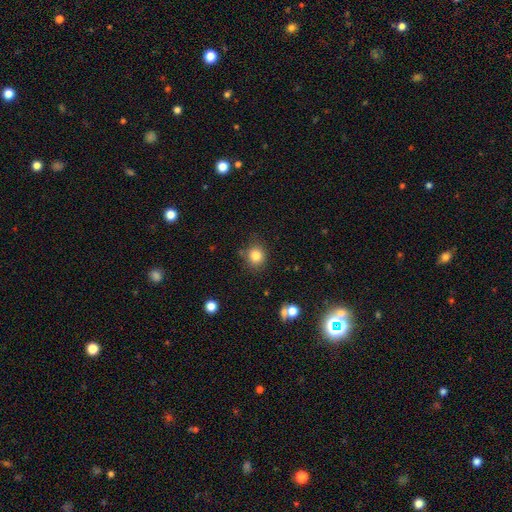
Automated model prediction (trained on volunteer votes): A smooth galaxy with no disk features (83%) that is round (80%). Merging: none (80%).